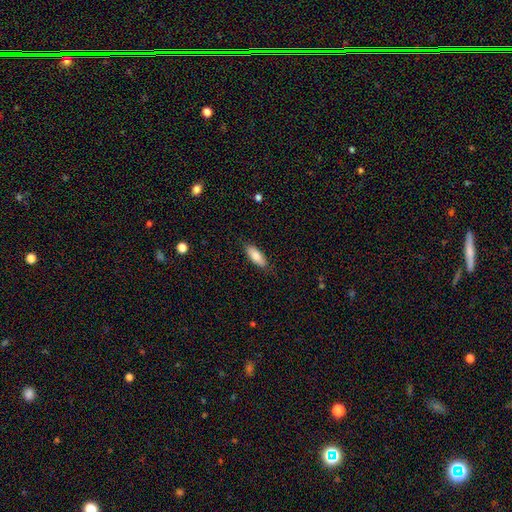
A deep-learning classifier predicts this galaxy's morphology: Overall: smooth (81%). How rounded: in between (74%). Merging: none (84%).